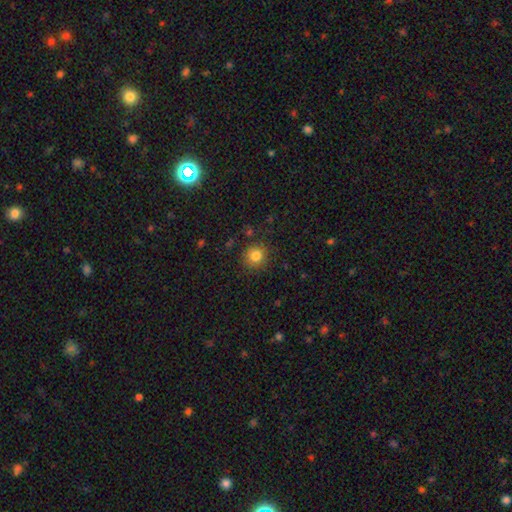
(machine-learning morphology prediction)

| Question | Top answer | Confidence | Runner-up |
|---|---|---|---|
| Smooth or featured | smooth | 81% | star or artifact (12%) |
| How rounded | round | 91% | in between (8%) |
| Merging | none | 87% | minor disturbance (9%) |